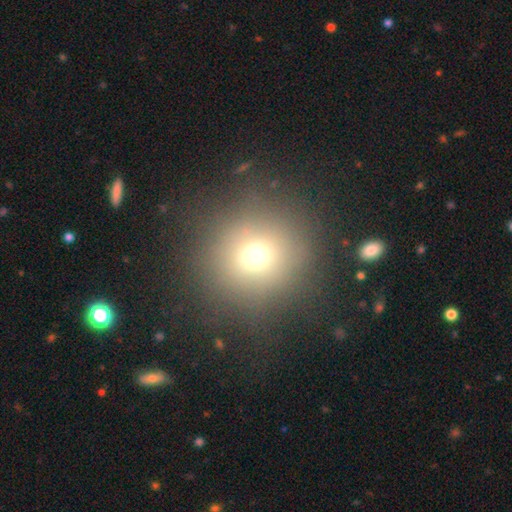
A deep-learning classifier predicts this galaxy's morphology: Smooth or featured? Predicted: smooth (p=0.69). How rounded? Predicted: round (p=0.94). Merging? Predicted: none (p=0.86).